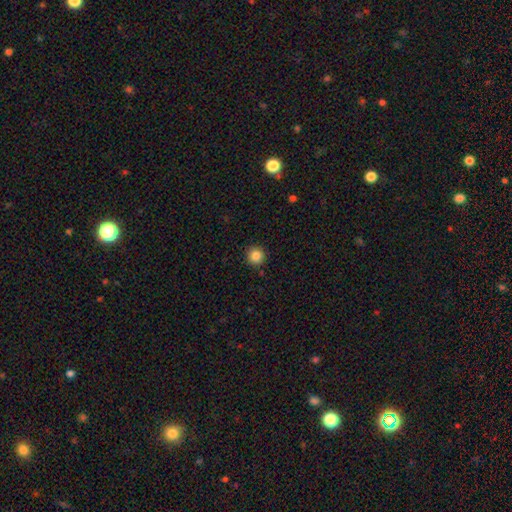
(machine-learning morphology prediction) smooth 85%, star or artifact 10%, featured or disk 5%. Down the decision tree: how rounded — round (95%); merging — none (92%).